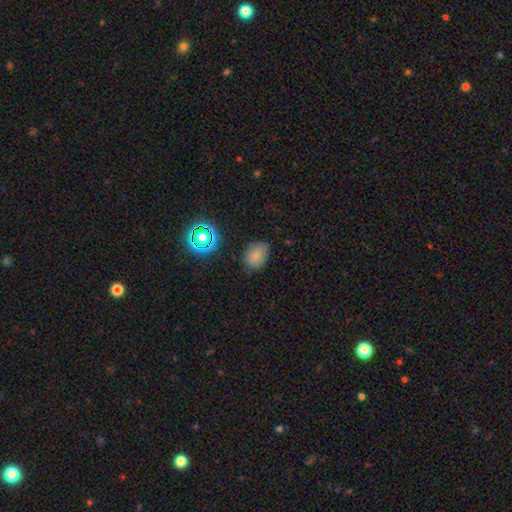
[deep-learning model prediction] smooth-or-featured: smooth: 77% | star or artifact: 16% | featured or disk: 7%
  how-rounded: in between: 70% | round: 29% | cigar-shaped: 1%
  merging: none: 76% | minor disturbance: 18% | major disturbance: 4% | merger: 2%